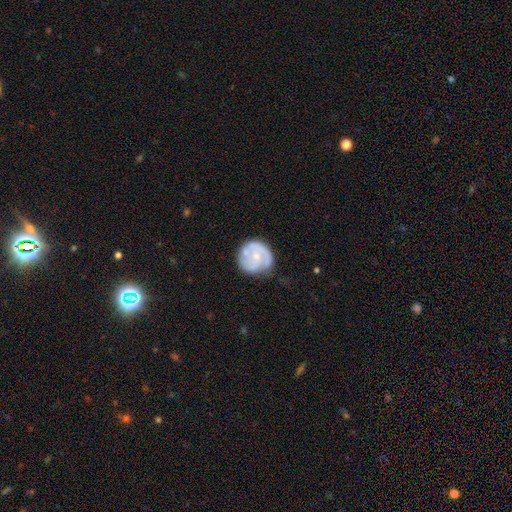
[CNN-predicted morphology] Smooth or featured: featured or disk — 65% (smooth — 30%)
Edge-on disk: no — 98% (yes — 2%)
Bar: no — 75% (weak — 22%)
Spiral arms: yes — 80% (no — 20%)
Spiral winding: tight — 50% (medium — 35%)
Spiral arm count: 2 — 36% (can't tell — 25%)
Bulge size: small — 59% (moderate — 28%)
Merging: none — 63% (minor disturbance — 24%)